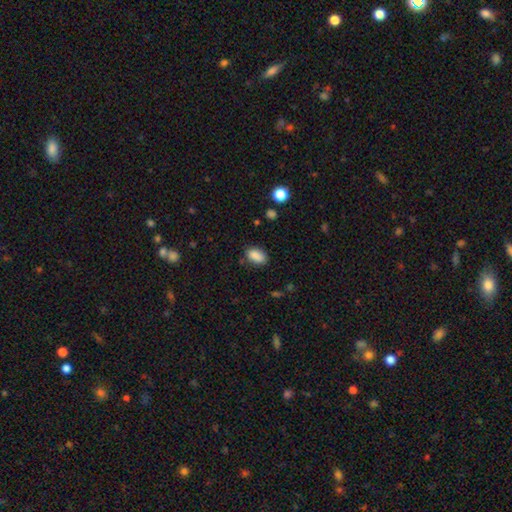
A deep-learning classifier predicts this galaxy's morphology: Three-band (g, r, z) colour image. It shows a smooth galaxy with no disk features (88%) that is in between round and cigar-shaped (91%). Merging: none (80%).